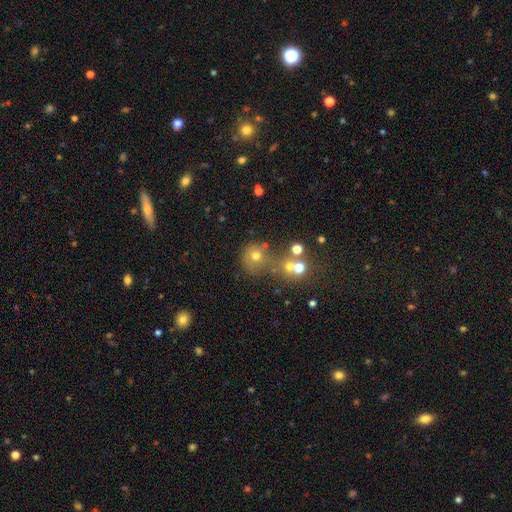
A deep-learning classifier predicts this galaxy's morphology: The model was most divided on "merging": none: 48%, merger: 31%, minor disturbance: 11%, major disturbance: 9%. More confident: how rounded — round (85%); smooth or featured — smooth (65%).